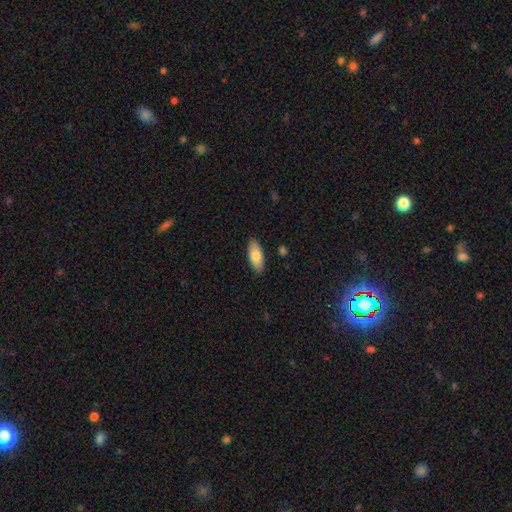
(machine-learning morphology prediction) Smooth or featured: smooth — 79% (featured or disk — 15%)
How rounded: in between — 85% (cigar-shaped — 13%)
Merging: none — 88% (minor disturbance — 9%)